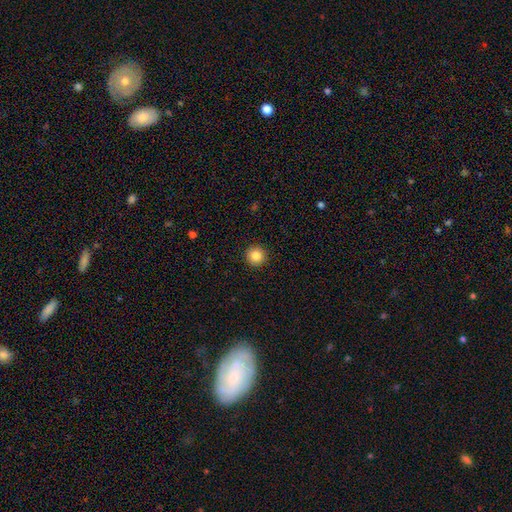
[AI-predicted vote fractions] Smooth or featured? smooth (85%)
How rounded? round (95%)
Merging? none (93%)